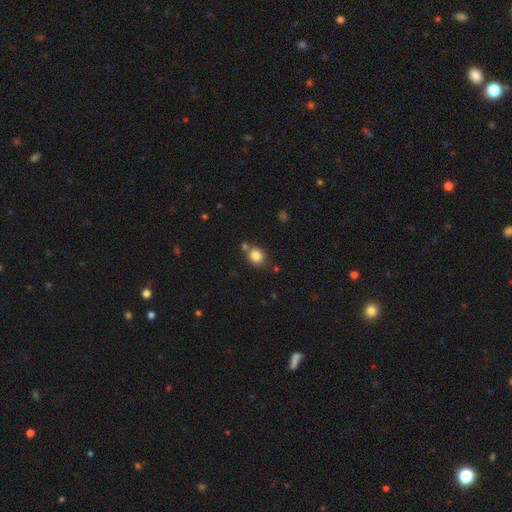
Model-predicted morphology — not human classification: This appears to be a smooth galaxy with no disk features (84%) that is round (70%). Merging: none (69%).